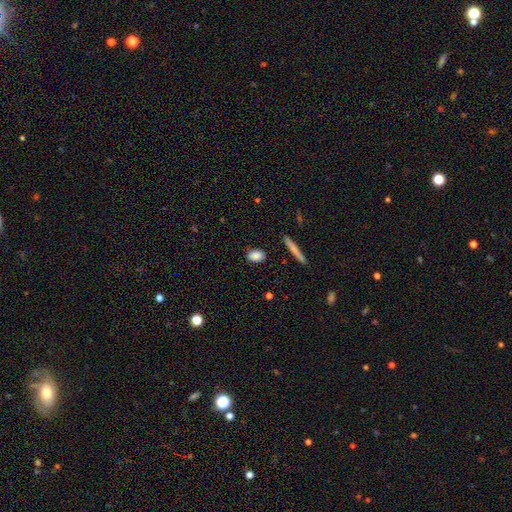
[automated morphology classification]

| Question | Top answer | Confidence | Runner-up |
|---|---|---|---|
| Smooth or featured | smooth | 86% | star or artifact (7%) |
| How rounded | in between | 80% | round (15%) |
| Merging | none | 87% | minor disturbance (9%) |